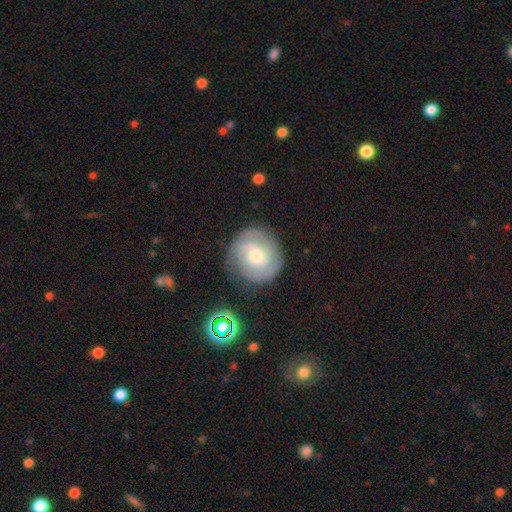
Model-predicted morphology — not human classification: A featured or disk galaxy (77%) with no bar (65%), 2 (56%) tight (67%) spiral arms (94%) and a moderate central bulge (50%). Merging: none (81%).